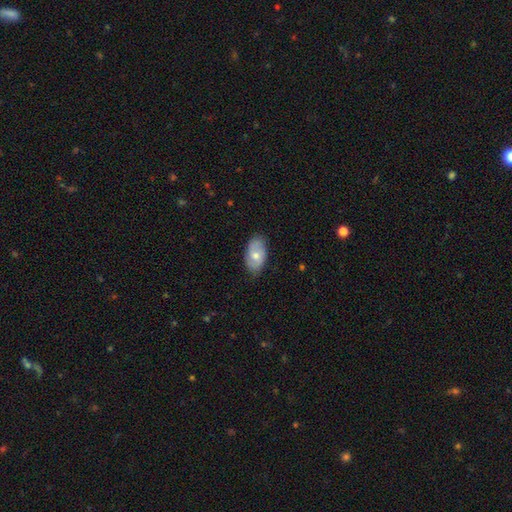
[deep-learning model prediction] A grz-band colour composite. It shows a smooth galaxy with no disk features (57%) that is in between round and cigar-shaped (93%). Merging: none (78%).